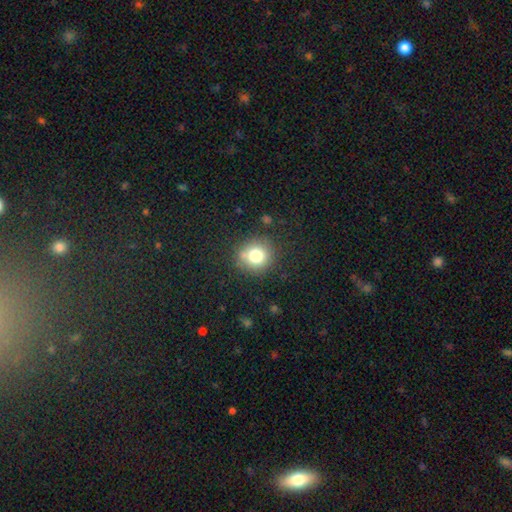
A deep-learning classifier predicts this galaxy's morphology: smooth-or-featured: smooth: 77% | star or artifact: 13% | featured or disk: 10%
  how-rounded: round: 89% | in between: 10% | cigar-shaped: 1%
  merging: none: 81% | minor disturbance: 12% | major disturbance: 4% | merger: 3%